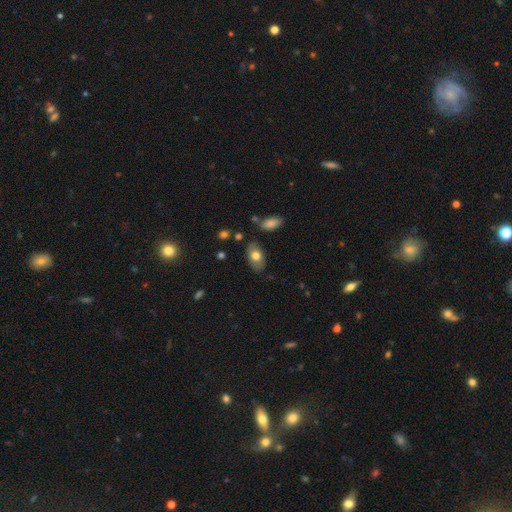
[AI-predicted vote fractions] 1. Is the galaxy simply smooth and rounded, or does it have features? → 70% smooth, 24% featured or disk, 7% star or artifact.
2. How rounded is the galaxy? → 92% in between, 6% round, 2% cigar-shaped.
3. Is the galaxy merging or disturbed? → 79% none, 15% minor disturbance, 3% major disturbance, 3% merger.